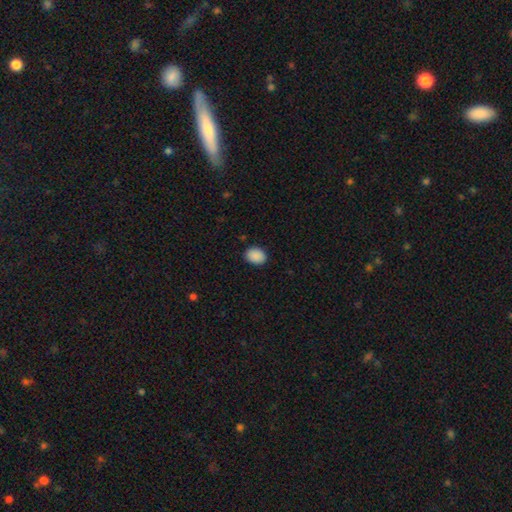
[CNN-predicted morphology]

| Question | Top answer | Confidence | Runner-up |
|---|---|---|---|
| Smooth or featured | smooth | 90% | star or artifact (8%) |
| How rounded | in between | 61% | round (39%) |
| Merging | none | 88% | minor disturbance (9%) |